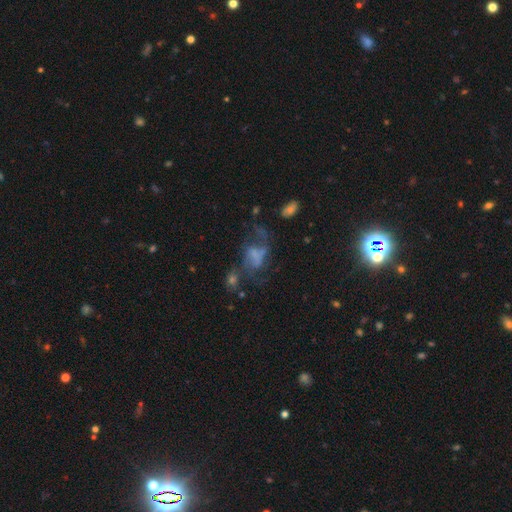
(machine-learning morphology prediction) smooth-or-featured: featured or disk: 54% | smooth: 29% | star or artifact: 17%
  disk-edge-on: no: 96% | yes: 4%
    bar: no: 66% | weak: 25% | strong: 9%
    has-spiral-arms: yes: 50% (tied) | no: 50% (tied)
    bulge-size: none: 54% | small: 21% | moderate: 16% | large: 7% | dominant: 2%
  merging: major disturbance: 38% | none: 29% | merger: 17% | minor disturbance: 15%